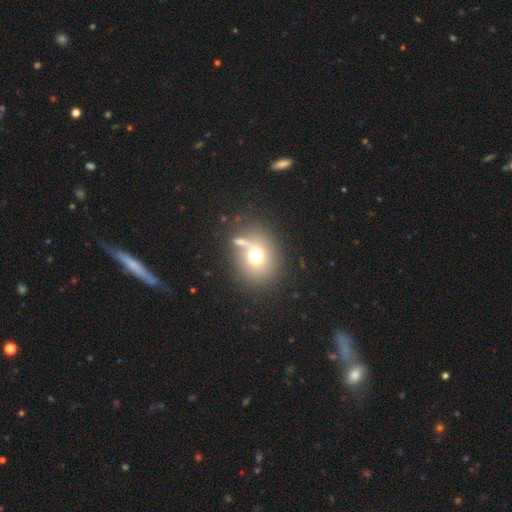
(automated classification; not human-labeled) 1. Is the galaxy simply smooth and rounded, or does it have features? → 68% smooth, 18% featured or disk, 14% star or artifact.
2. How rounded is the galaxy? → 72% round, 26% in between, 1% cigar-shaped.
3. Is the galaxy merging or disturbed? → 58% none, 17% merger, 15% minor disturbance, 10% major disturbance.